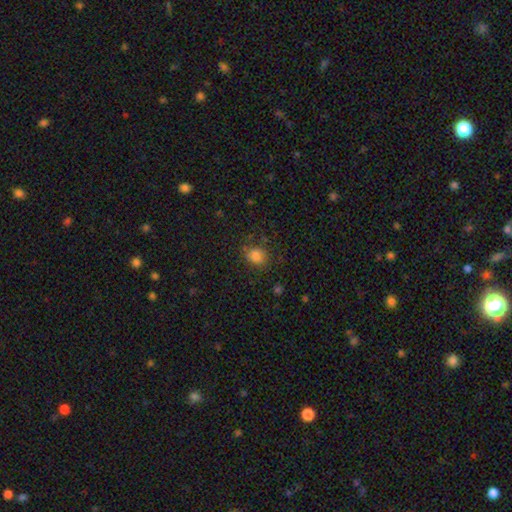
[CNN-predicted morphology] smooth-or-featured: smooth: 83% | star or artifact: 12% | featured or disk: 5%
  how-rounded: round: 65% | in between: 34% | cigar-shaped: 1%
  merging: none: 76% | minor disturbance: 16% | major disturbance: 6% | merger: 2%